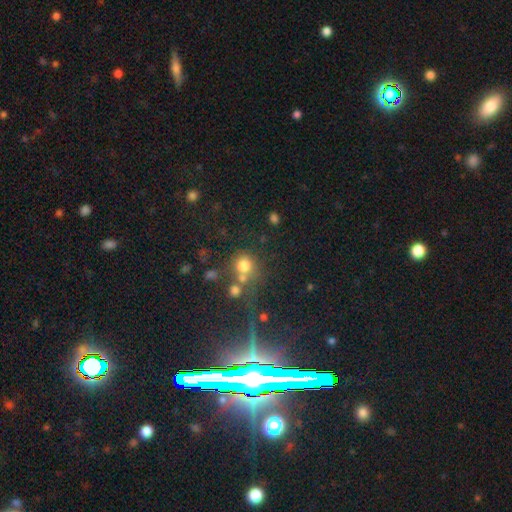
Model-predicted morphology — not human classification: The model was most divided on "smooth or featured": star or artifact: 68%, smooth: 19%, featured or disk: 13%.